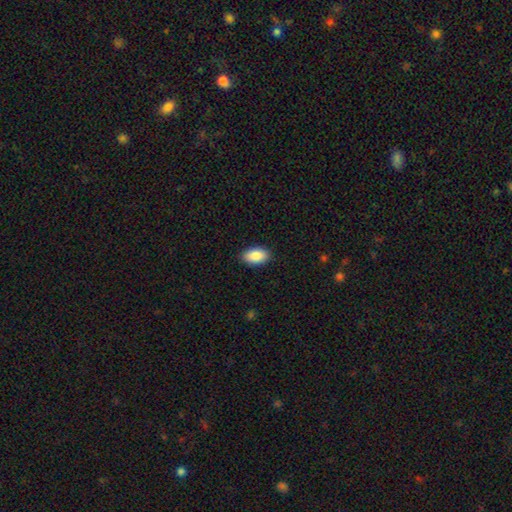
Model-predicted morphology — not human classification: Smooth or featured?
  - smooth: 88% *
  - star or artifact: 7%
  - featured or disk: 5%
How rounded?
  - in between: 93% *
  - round: 6%
  - cigar-shaped: 2%
Merging?
  - none: 89% *
  - minor disturbance: 8%
  - major disturbance: 2%
  - merger: 1%